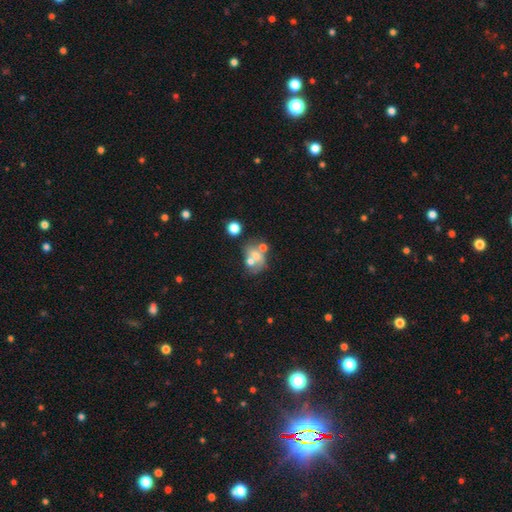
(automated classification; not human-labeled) Smooth or featured?
  - smooth: 49% *
  - featured or disk: 37%
  - star or artifact: 14%
Merging?
  - merger: 45% *
  - none: 30%
  - minor disturbance: 13%
  - major disturbance: 12%